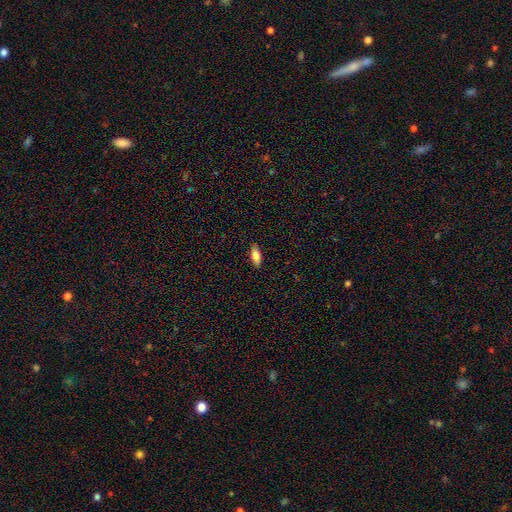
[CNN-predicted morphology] This is clearly a smooth galaxy (81%). How rounded: clearly in between (81%). Merging: clearly none (88%).